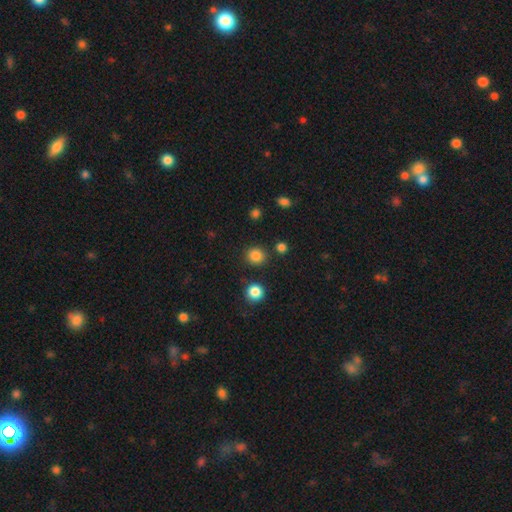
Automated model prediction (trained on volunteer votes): Q: Smooth or featured?
A: smooth (85%); runner-up: star or artifact (12%)
Q: How rounded?
A: round (90%); runner-up: in between (9%)
Q: Merging?
A: none (87%); runner-up: minor disturbance (7%)